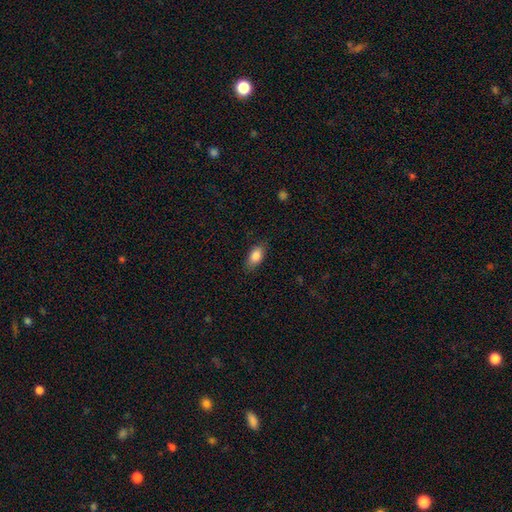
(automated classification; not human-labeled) A smooth galaxy with no disk features (85%) that is in between round and cigar-shaped (89%).

Vote fractions:
- Smooth or featured? smooth: 85% / featured or disk: 8% / star or artifact: 8%
- How rounded? in between: 89% / round: 6% / cigar-shaped: 5%
- Merging? none: 82% / minor disturbance: 14% / major disturbance: 3% / merger: 1%